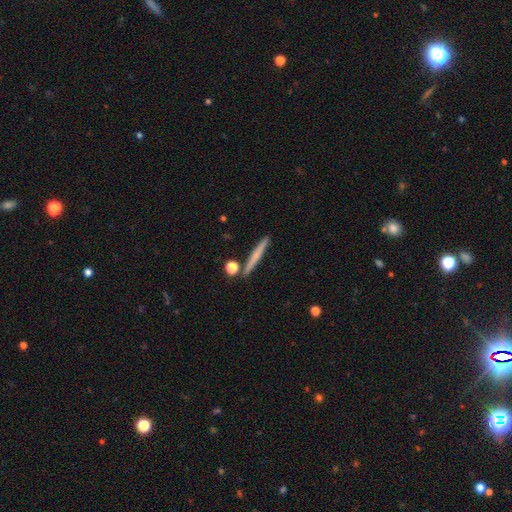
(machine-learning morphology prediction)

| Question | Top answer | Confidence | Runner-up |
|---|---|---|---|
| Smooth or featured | smooth | 57% | featured or disk (36%) |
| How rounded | cigar-shaped | 94% | in between (3%) |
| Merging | none | 86% | minor disturbance (7%) |